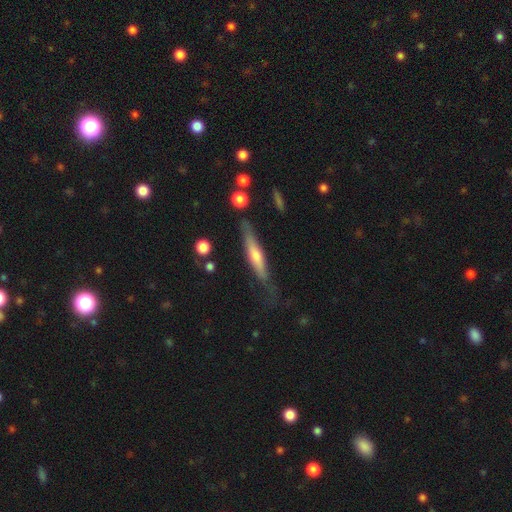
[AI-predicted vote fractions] Smooth or featured: featured or disk — 56% (smooth — 38%)
Edge-on disk: yes — 88% (no — 12%)
Merging: none — 67% (minor disturbance — 23%)